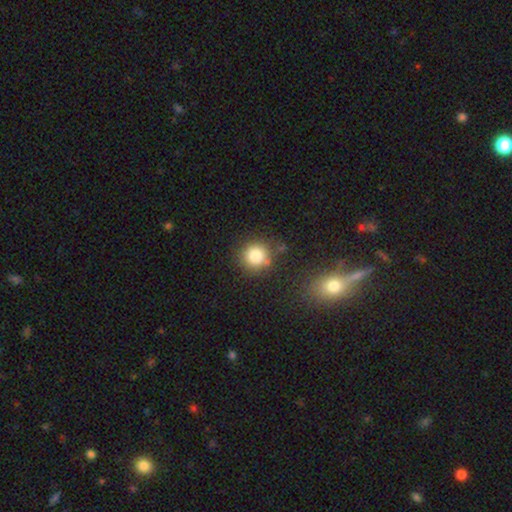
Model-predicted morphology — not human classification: Smooth or featured? smooth (83%)
How rounded? round (90%)
Merging? none (77%)